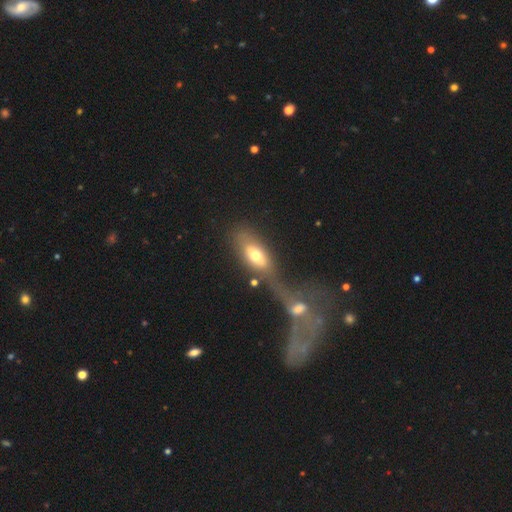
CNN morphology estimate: Smooth or featured?
  - smooth: 61% *
  - featured or disk: 31%
  - star or artifact: 8%
How rounded?
  - in between: 83% *
  - cigar-shaped: 13%
  - round: 5%
Merging?
  - merger: 41% *
  - none: 25%
  - major disturbance: 22%
  - minor disturbance: 13%